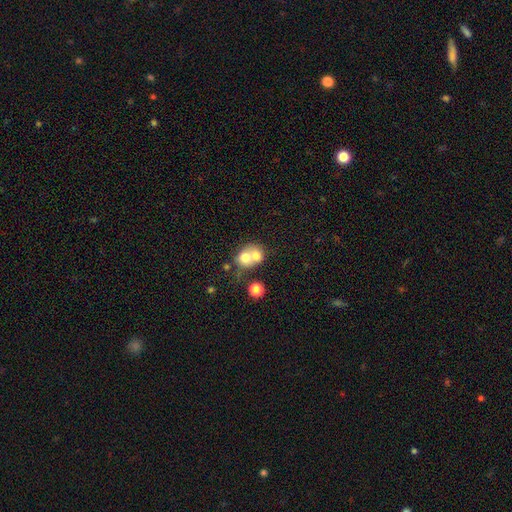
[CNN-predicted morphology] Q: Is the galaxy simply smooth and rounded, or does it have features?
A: smooth — 67%.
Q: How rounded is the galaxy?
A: round — 64%.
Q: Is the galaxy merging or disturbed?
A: merger — 69%.